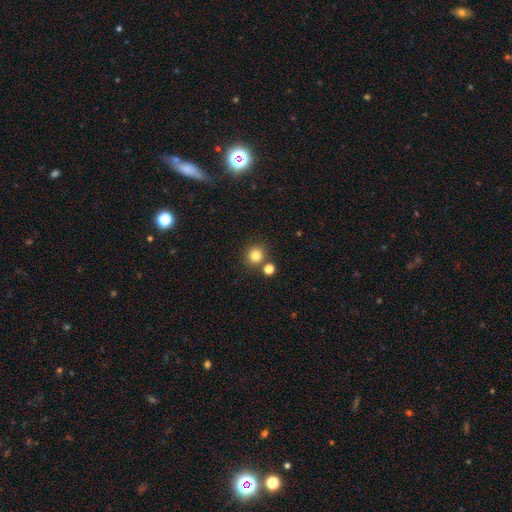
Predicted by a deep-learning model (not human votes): Smooth or featured?
  - smooth: 81% *
  - star or artifact: 13%
  - featured or disk: 5%
How rounded?
  - round: 92% *
  - in between: 7%
  - cigar-shaped: 1%
Merging?
  - none: 78% *
  - merger: 12%
  - minor disturbance: 7%
  - major disturbance: 3%